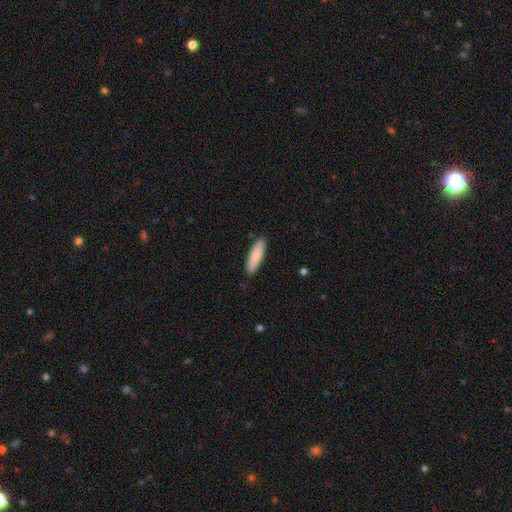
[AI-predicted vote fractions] smooth-or-featured: smooth: 81% | featured or disk: 13% | star or artifact: 5%
  how-rounded: cigar-shaped: 65% | in between: 34% | round: 2%
  merging: none: 88% | minor disturbance: 9% | major disturbance: 2% | merger: 1%